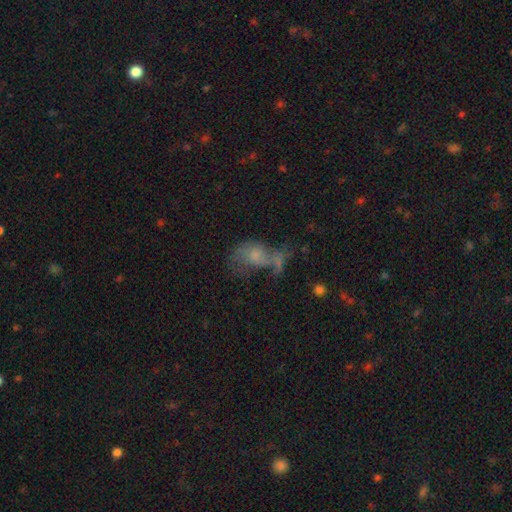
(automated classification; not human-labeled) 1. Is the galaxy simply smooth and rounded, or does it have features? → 52% smooth, 34% featured or disk, 15% star or artifact.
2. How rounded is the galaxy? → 77% in between, 21% round, 2% cigar-shaped.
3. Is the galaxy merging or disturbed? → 35% merger, 30% major disturbance, 20% none, 16% minor disturbance.